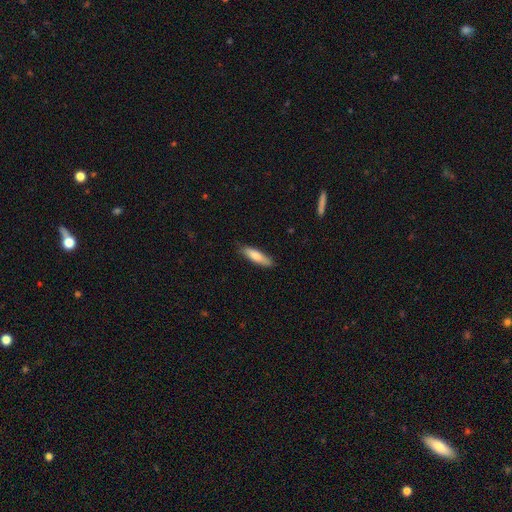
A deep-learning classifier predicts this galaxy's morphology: The model was most divided on "how rounded": cigar-shaped: 69%, in between: 30%, round: 1%. More confident: merging — none (85%); smooth or featured — smooth (79%).